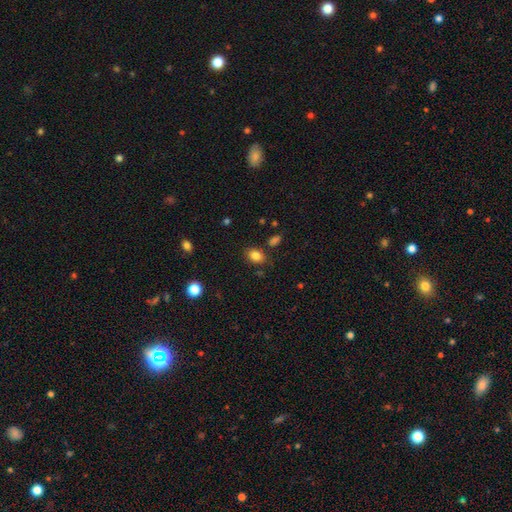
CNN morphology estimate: Smooth or featured? Predicted: smooth (p=0.84). How rounded? Predicted: in between (p=0.70). Merging? Predicted: none (p=0.80).